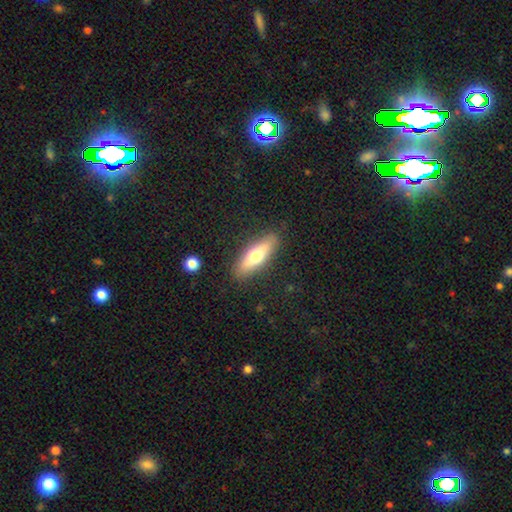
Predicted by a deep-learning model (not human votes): This appears to be a smooth galaxy with no disk features (61%) that is cigar-shaped (58%). Merging: none (86%).